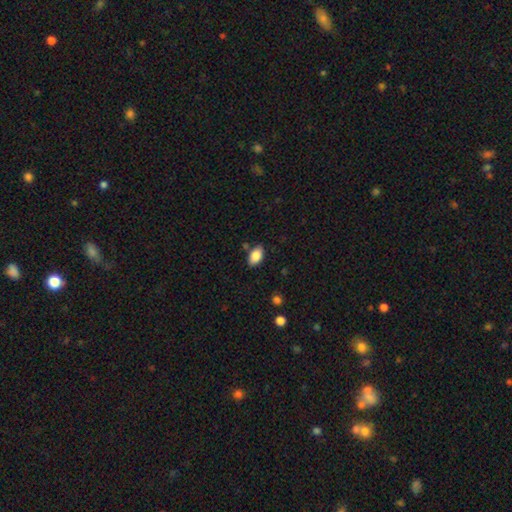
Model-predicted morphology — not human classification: Smooth or featured? smooth (87%)
How rounded? in between (93%)
Merging? none (80%)